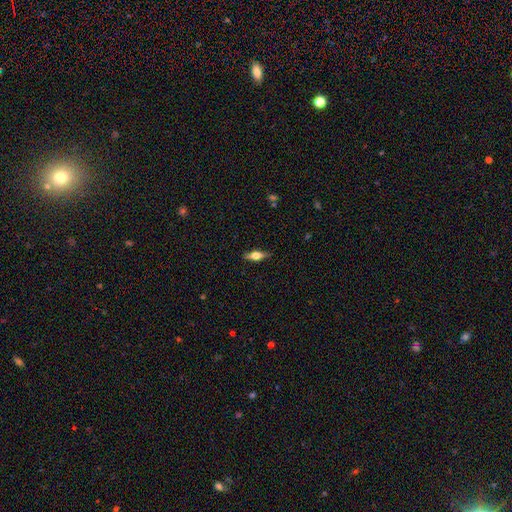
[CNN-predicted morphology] smooth_or_featured: featured or disk (p=0.55) [alt: smooth p=0.38]
disk_edge_on: yes (p=0.94) [alt: no p=0.06]
edge_on_bulge: rounded (p=0.93) [alt: boxy p=0.06]
merging: none (p=0.87) [alt: minor disturbance p=0.10]